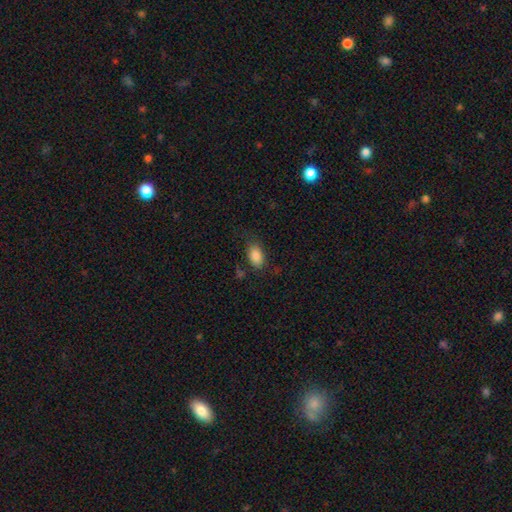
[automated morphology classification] Overall: smooth (85%). How rounded: in between (91%). Merging: none (68%).